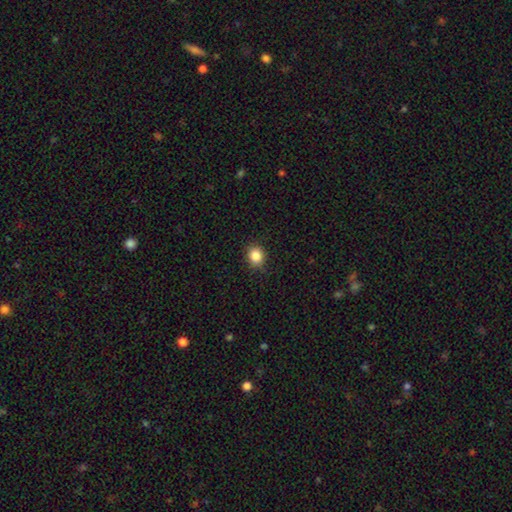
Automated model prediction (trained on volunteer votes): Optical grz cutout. It shows a smooth galaxy with no disk features (86%) that is round (74%). Merging: none (88%).